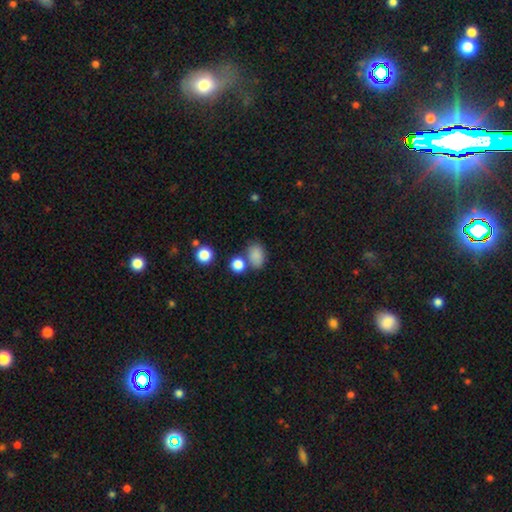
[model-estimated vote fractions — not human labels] smooth-or-featured: smooth: 84% | star or artifact: 11% | featured or disk: 5%
  how-rounded: in between: 74% | round: 24% | cigar-shaped: 1%
  merging: none: 62% | merger: 16% | minor disturbance: 16% | major disturbance: 6%